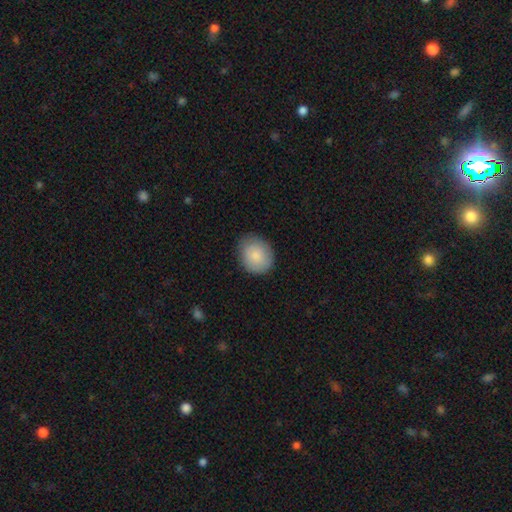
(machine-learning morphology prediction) Smooth or featured: smooth — 85% (featured or disk — 9%)
How rounded: round — 63% (in between — 36%)
Merging: none — 80% (minor disturbance — 16%)